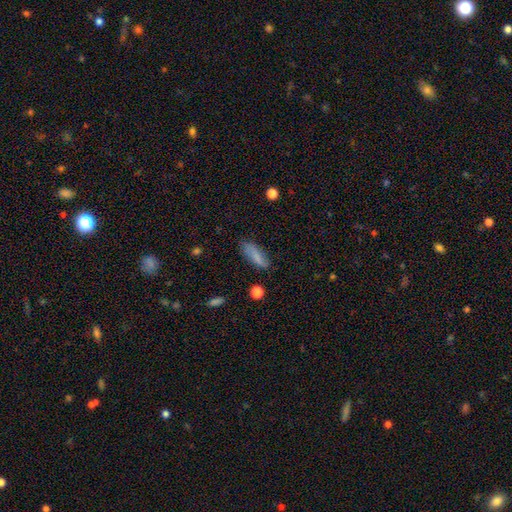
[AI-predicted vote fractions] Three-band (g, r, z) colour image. It shows a smooth galaxy with no disk features (78%) that is in between round and cigar-shaped (51%). Merging: none (71%).